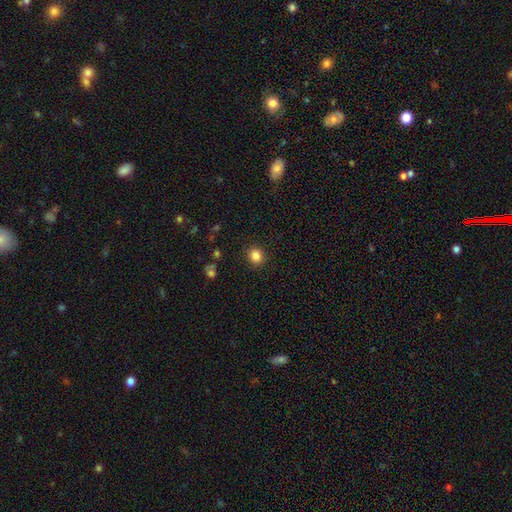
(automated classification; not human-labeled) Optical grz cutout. It shows a smooth galaxy with no disk features (84%) that is round (80%). Merging: none (90%).